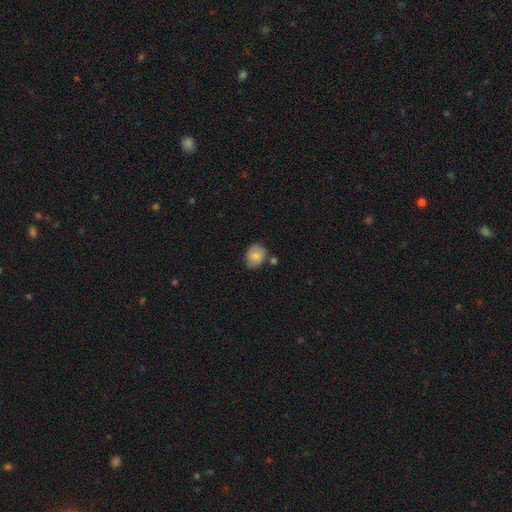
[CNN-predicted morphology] Smooth or featured? smooth (76%)
How rounded? round (53%)
Merging? none (62%)